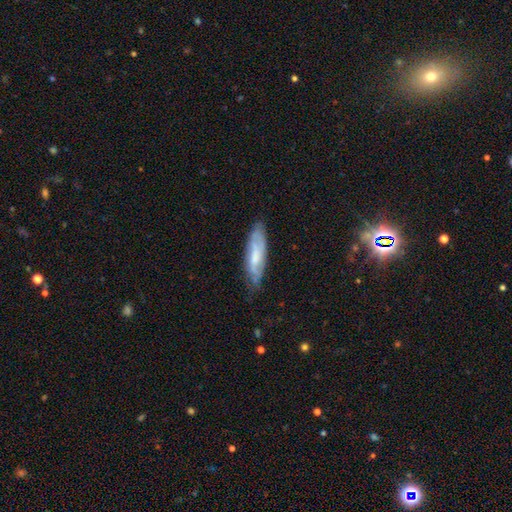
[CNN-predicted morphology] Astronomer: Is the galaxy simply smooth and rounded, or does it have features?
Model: featured or disk — 50% (runner-up: smooth, 43%).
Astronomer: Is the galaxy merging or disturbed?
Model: none — 66%.